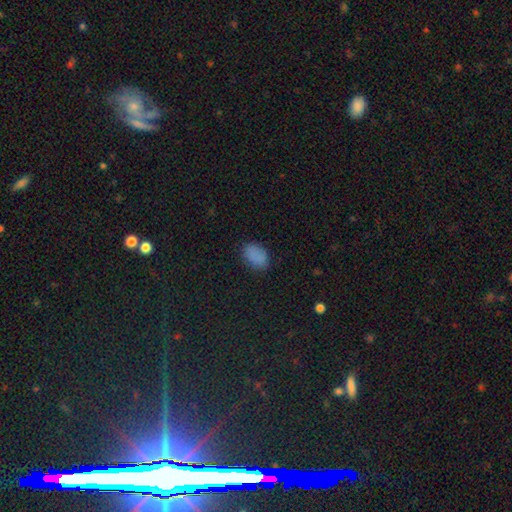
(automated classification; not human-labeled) A smooth galaxy with no disk features (84%) that is in between round and cigar-shaped (87%). Merging: none (82%).